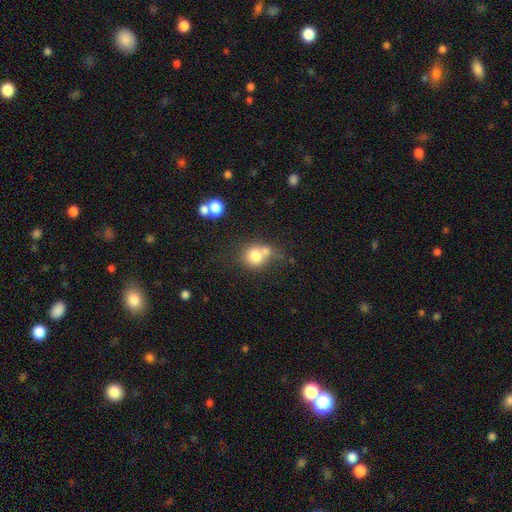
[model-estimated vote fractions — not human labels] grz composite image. It shows a smooth galaxy with no disk features (75%) that is round (81%). Merging: none (42%).